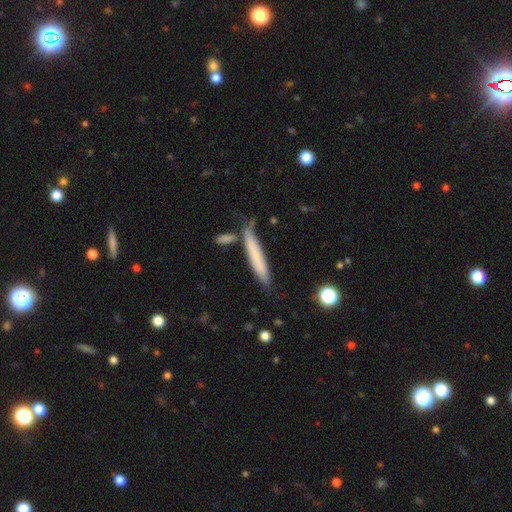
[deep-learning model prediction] A smooth galaxy with no disk features (67%) that is cigar-shaped (92%).

Vote fractions:
- Smooth or featured? smooth: 67% / featured or disk: 26% / star or artifact: 7%
- How rounded? cigar-shaped: 92% / in between: 6% / round: 1%
- Merging? none: 67% / minor disturbance: 19% / merger: 10% / major disturbance: 5%